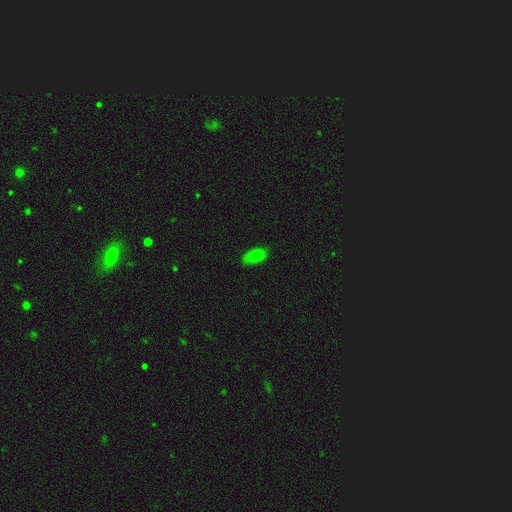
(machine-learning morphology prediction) Q: Smooth or featured?
A: smooth (82%); runner-up: star or artifact (11%)
Q: How rounded?
A: in between (90%); runner-up: cigar-shaped (7%)
Q: Merging?
A: none (81%); runner-up: minor disturbance (15%)